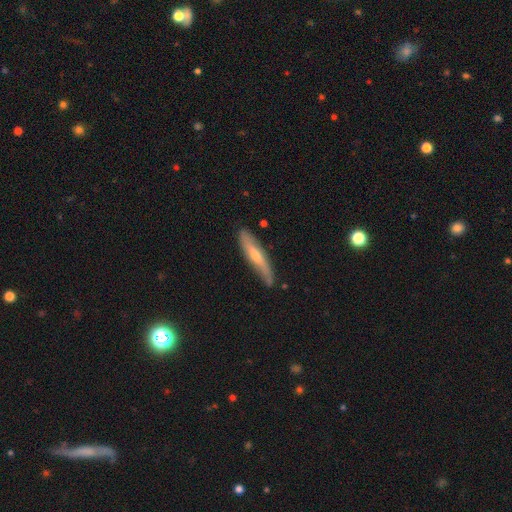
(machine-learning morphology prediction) Smooth or featured? featured or disk (58%)
Edge-on disk? yes (77%)
Merging? none (83%)